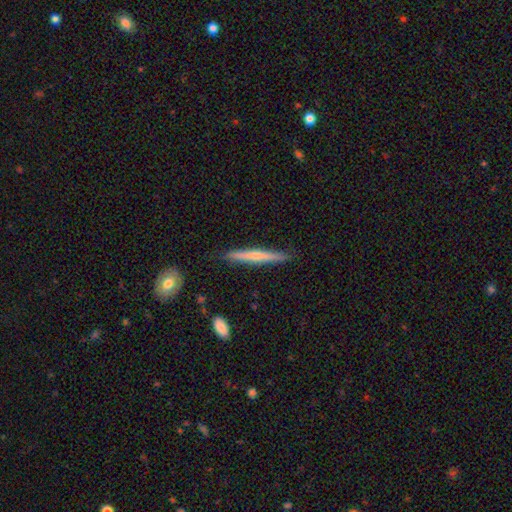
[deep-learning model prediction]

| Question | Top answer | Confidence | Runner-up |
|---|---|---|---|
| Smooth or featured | featured or disk | 47% | tied: smooth (47%) |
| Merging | none | 89% | minor disturbance (8%) |